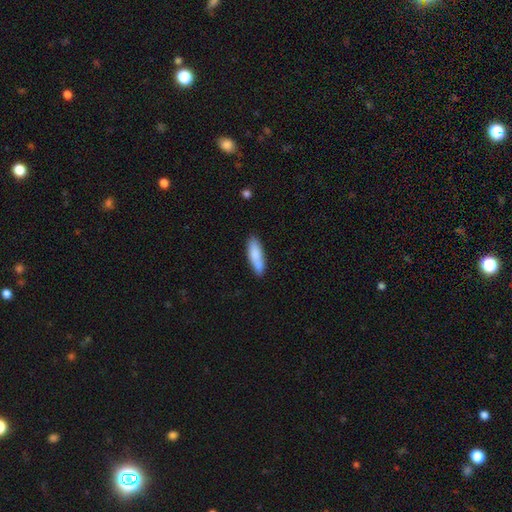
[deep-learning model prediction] Smooth or featured?
  - smooth: 82% *
  - featured or disk: 12%
  - star or artifact: 6%
How rounded?
  - cigar-shaped: 55% *
  - in between: 43%
  - round: 2%
Merging?
  - none: 72% *
  - minor disturbance: 17%
  - merger: 8%
  - major disturbance: 3%